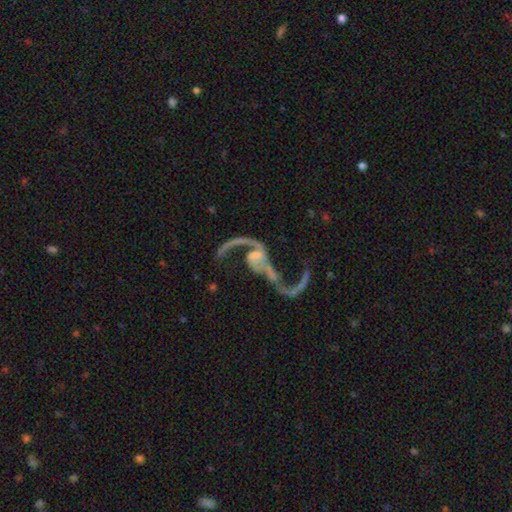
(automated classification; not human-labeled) Smooth or featured: featured or disk — 86% (star or artifact — 7%)
Edge-on disk: no — 96% (yes — 4%)
Bar: no — 47% (weak — 34%)
Spiral arms: yes — 89% (no — 11%)
Spiral winding: loose — 89% (medium — 8%)
Spiral arm count: 2 — 85% (1 — 9%)
Bulge size: none — 41% (small — 35%)
Merging: none — 34% (major disturbance — 31%)